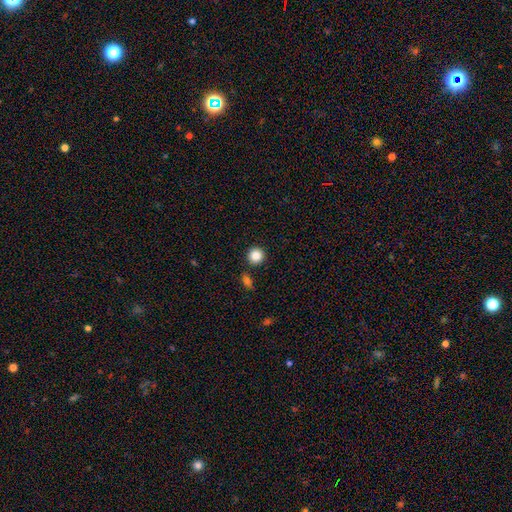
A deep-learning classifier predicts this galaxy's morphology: A smooth galaxy with no disk features (86%) that is round (93%). Merging: none (88%).